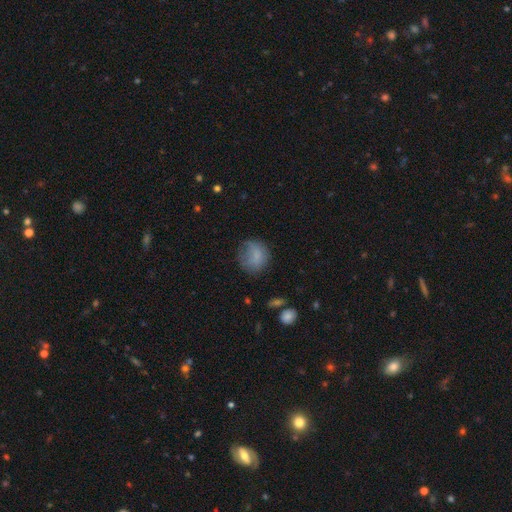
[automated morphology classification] A smooth galaxy with no disk features (76%) that is round (75%). Merging: none (56%).